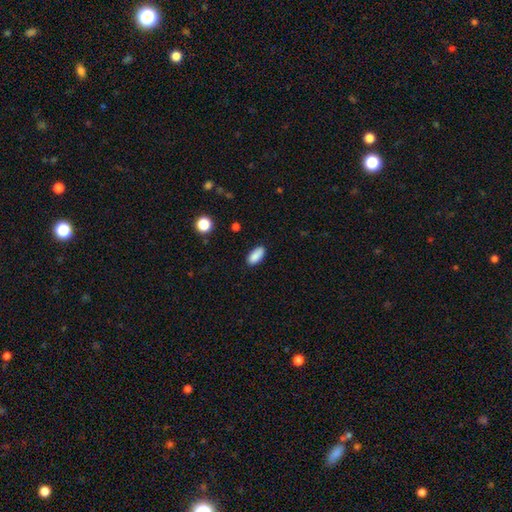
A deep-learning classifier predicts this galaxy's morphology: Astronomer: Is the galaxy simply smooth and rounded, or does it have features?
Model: smooth — 88%.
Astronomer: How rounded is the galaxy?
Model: in between — 90%.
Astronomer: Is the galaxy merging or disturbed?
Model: none — 85%.